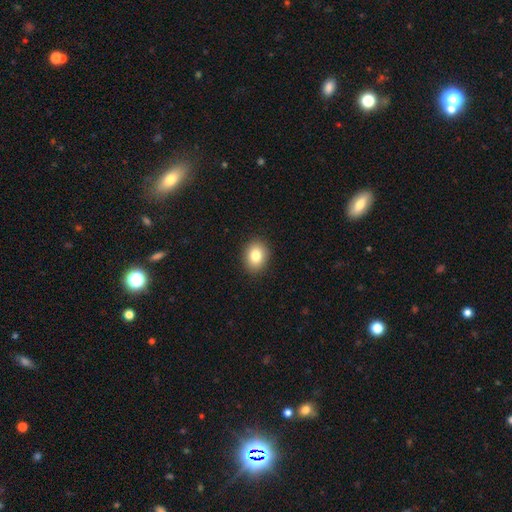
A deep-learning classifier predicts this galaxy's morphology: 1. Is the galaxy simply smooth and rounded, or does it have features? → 83% smooth, 9% star or artifact, 8% featured or disk.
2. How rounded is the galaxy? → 55% in between, 44% round, 1% cigar-shaped.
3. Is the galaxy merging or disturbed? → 90% none, 7% minor disturbance, 2% major disturbance, 1% merger.